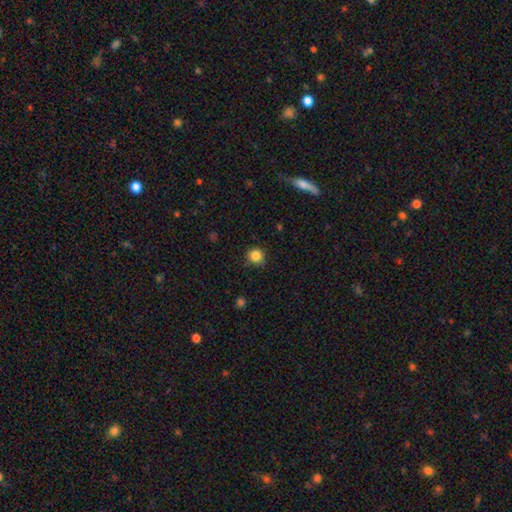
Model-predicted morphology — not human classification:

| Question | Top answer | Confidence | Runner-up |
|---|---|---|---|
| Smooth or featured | smooth | 84% | star or artifact (12%) |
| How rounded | round | 91% | in between (8%) |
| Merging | none | 85% | minor disturbance (11%) |